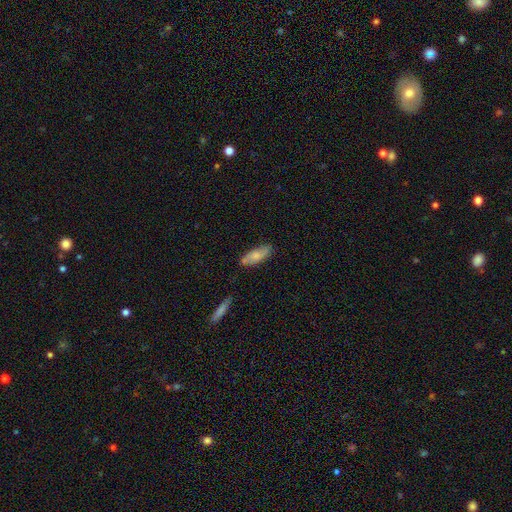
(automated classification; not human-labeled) Smooth or featured? Predicted: smooth (p=0.70). How rounded? Predicted: in between (p=0.69). Merging? Predicted: none (p=0.74).